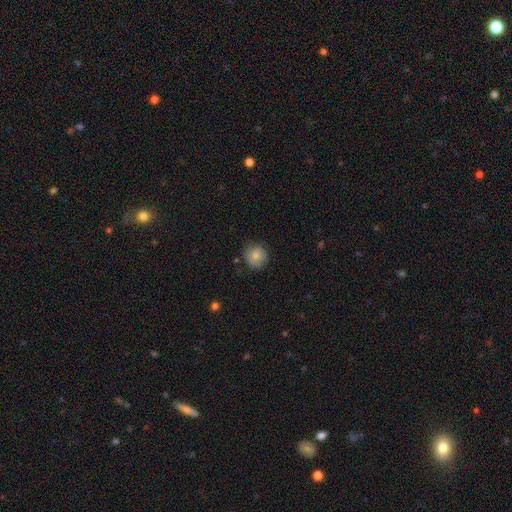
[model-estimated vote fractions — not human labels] This appears to be a smooth galaxy with no disk features (83%) that is round (91%). Merging: none (78%).